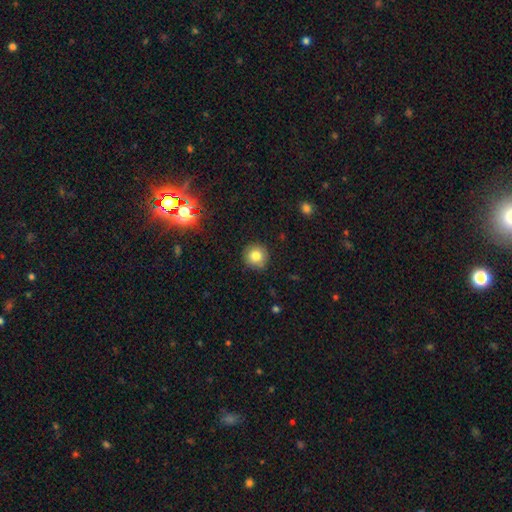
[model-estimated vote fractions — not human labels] Morphology: type=smooth (82%); roundness=round (94%); merging=none (88%).